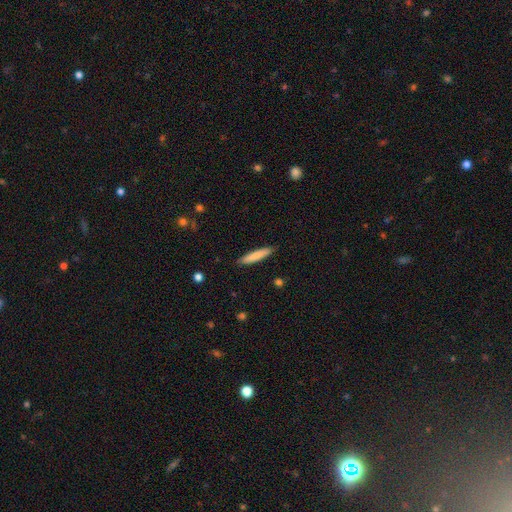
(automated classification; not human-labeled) smooth-or-featured: smooth: 80% | featured or disk: 15% | star or artifact: 6%
  how-rounded: cigar-shaped: 89% | in between: 10% | round: 1%
  merging: none: 89% | minor disturbance: 8% | major disturbance: 2% | merger: 1%